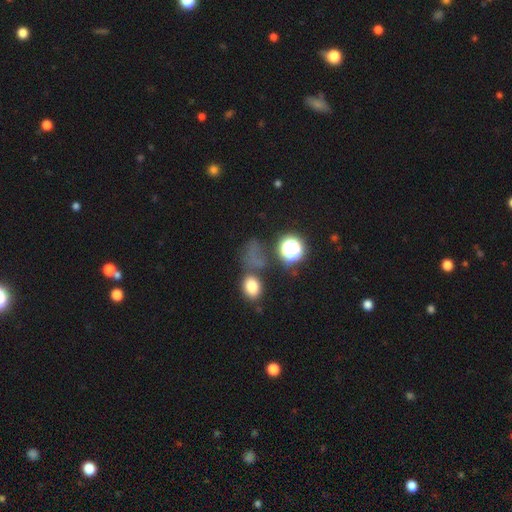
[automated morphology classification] type=smooth (53%); roundness=in between (50%); merging=none (52%).